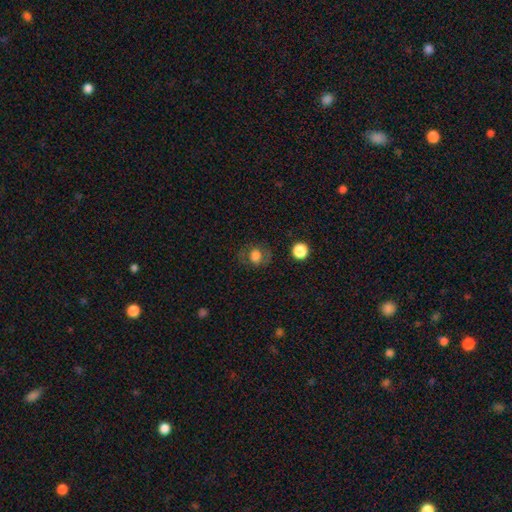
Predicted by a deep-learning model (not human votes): smooth 69%, featured or disk 19%, star or artifact 12%. Down the decision tree: how rounded — round (73%); merging — none (73%).